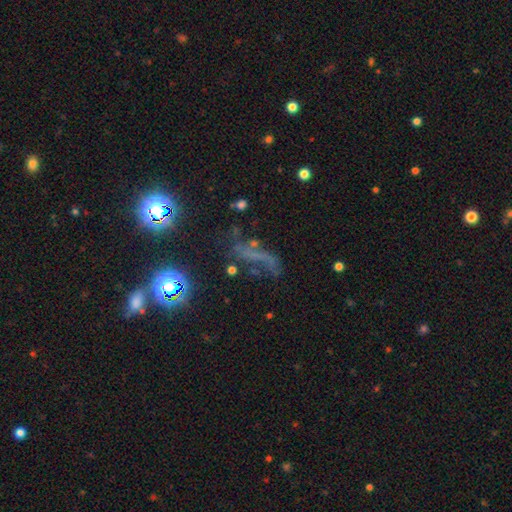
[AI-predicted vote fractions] A star or artifact, not a galaxy (41%).

Vote fractions:
- Smooth or featured? star or artifact: 41% / featured or disk: 34% / smooth: 25%